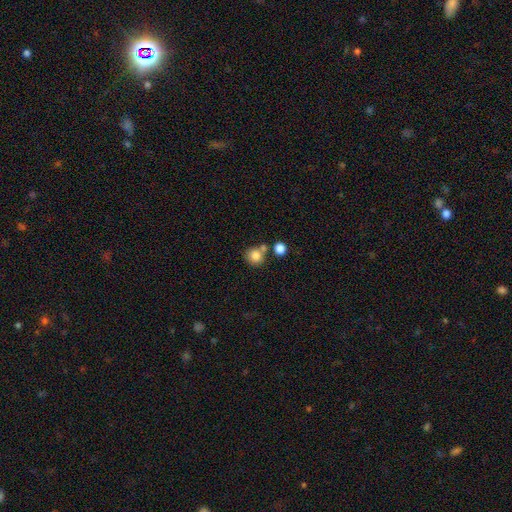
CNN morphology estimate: This is clearly a smooth galaxy (82%). How rounded: clearly round (88%). Merging: possibly none (59%).